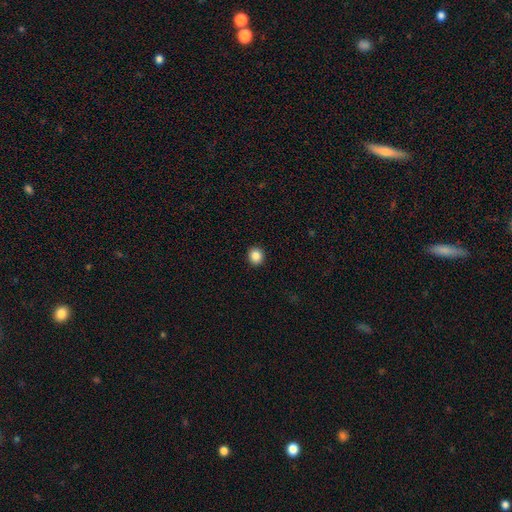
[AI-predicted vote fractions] smooth-or-featured: smooth: 86% | star or artifact: 10% | featured or disk: 4%
  how-rounded: round: 88% | in between: 11% | cigar-shaped: 1%
  merging: none: 93% | minor disturbance: 5% | major disturbance: 2% | merger: 1%